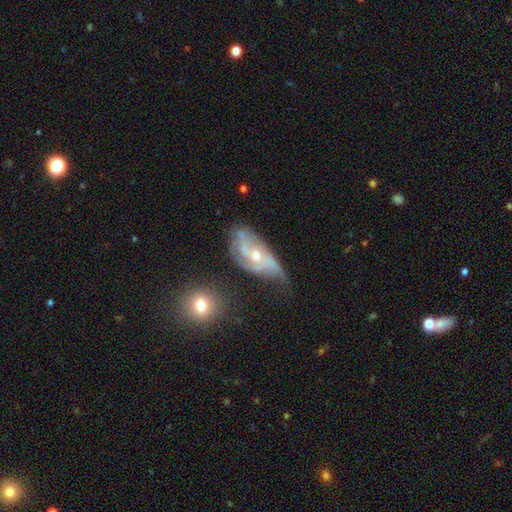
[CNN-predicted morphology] This is likely a featured or disk galaxy (78%). It is clearly not viewed edge-on (93%). Bar: likely no (69%). Spiral arm pattern: clearly yes (86%). Spiral arm count: marginally 2 (32%). Spiral winding: marginally medium (42%). Central bulge: possibly small (51%). Merging: marginally none (39%).